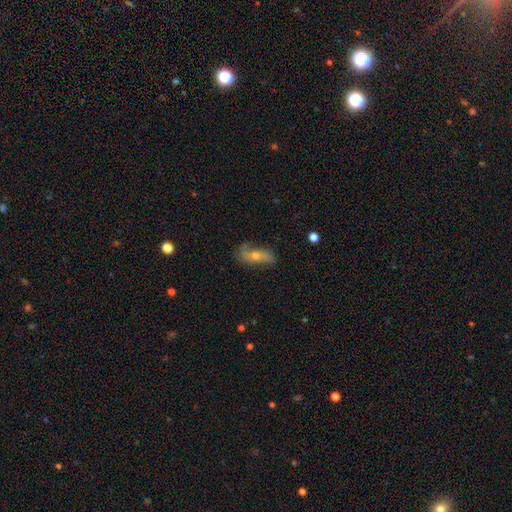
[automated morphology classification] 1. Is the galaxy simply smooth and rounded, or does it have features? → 62% featured or disk, 28% smooth, 10% star or artifact.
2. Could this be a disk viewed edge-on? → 81% no, 19% yes.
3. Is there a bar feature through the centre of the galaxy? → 67% no, 22% weak, 11% strong.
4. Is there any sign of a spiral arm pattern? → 79% yes, 21% no.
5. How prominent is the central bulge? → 53% moderate, 42% small, 2% large, 2% none, 1% dominant.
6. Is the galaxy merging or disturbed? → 64% none, 24% minor disturbance, 10% major disturbance, 2% merger.